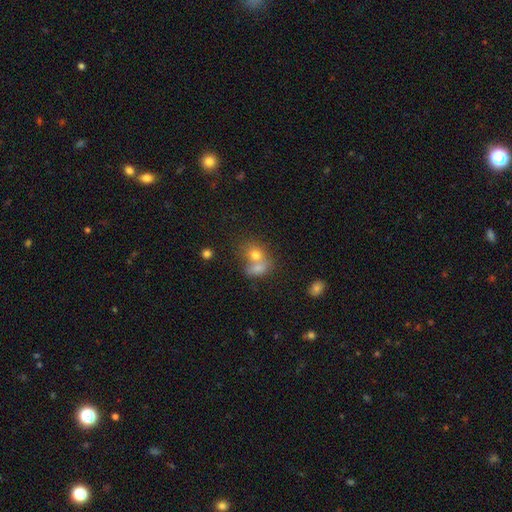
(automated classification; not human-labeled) Smooth or featured: smooth — 71% (featured or disk — 16%)
How rounded: round — 52% (in between — 46%)
Merging: merger — 61% (none — 27%)